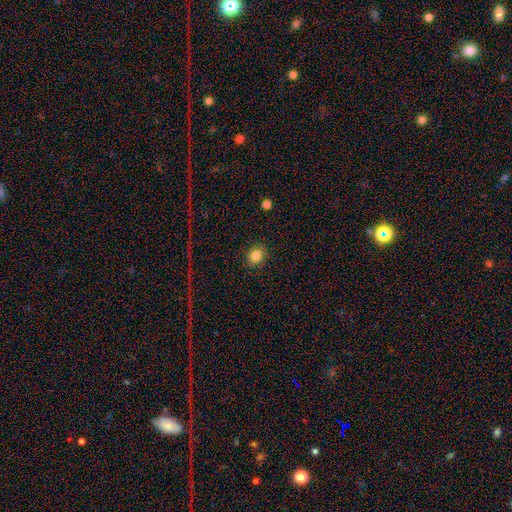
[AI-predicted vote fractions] smooth-or-featured: smooth: 83% | star or artifact: 11% | featured or disk: 6%
  how-rounded: round: 67% | in between: 32% | cigar-shaped: 1%
  merging: none: 89% | minor disturbance: 8% | major disturbance: 2% | merger: 1%